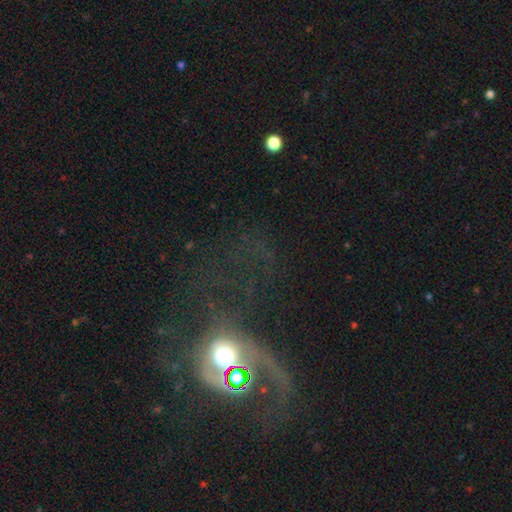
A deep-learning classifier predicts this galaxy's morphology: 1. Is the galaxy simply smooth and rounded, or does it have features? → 47% featured or disk, 27% star or artifact, 25% smooth.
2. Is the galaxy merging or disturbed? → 38% major disturbance, 31% merger, 21% none, 10% minor disturbance.